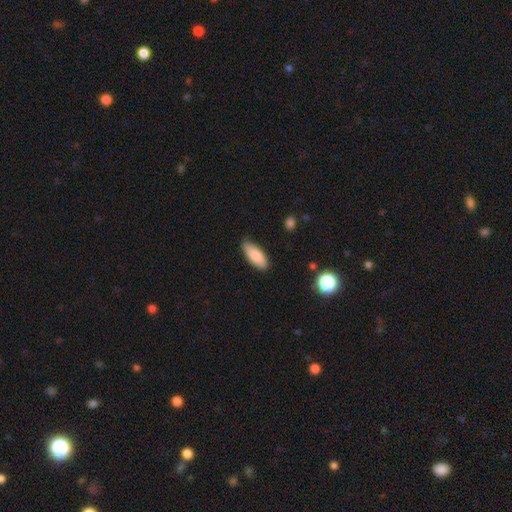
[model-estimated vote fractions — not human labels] Overall: smooth (86%). How rounded: in between (78%). Merging: none (80%).